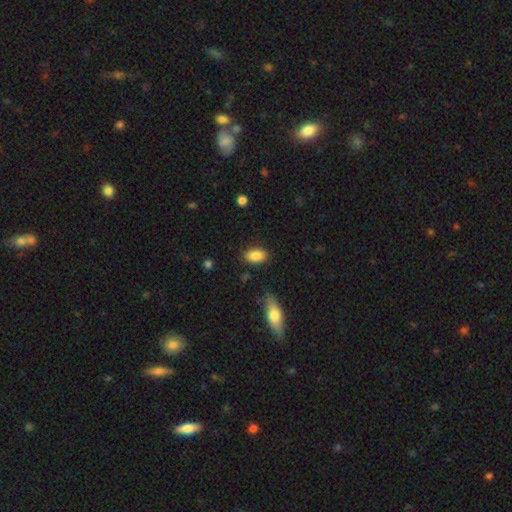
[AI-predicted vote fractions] Smooth or featured? Predicted: smooth (p=0.88). How rounded? Predicted: in between (p=0.91). Merging? Predicted: none (p=0.84).